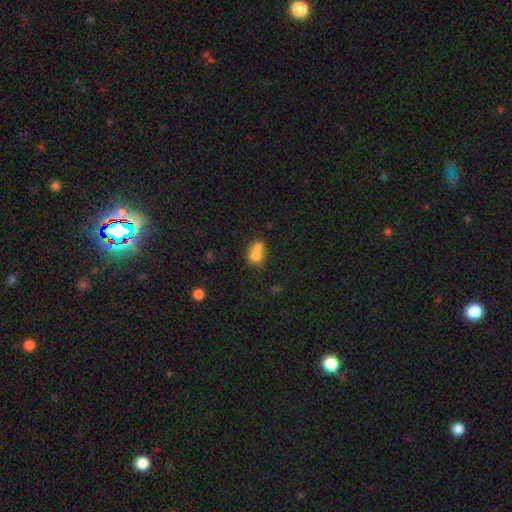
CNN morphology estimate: Q: Smooth or featured?
A: smooth (72%); runner-up: featured or disk (18%)
Q: How rounded?
A: round (68%); runner-up: in between (31%)
Q: Merging?
A: merger (67%); runner-up: none (25%)